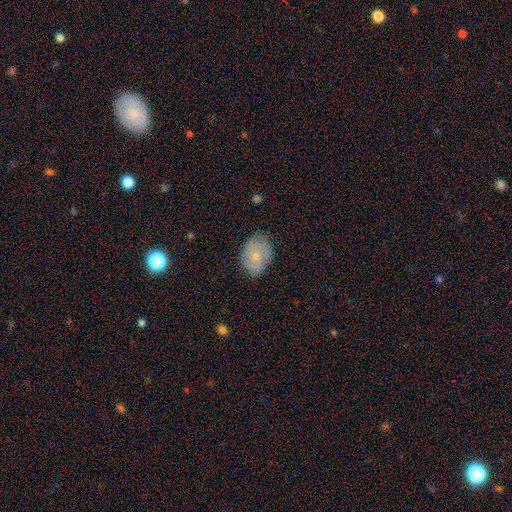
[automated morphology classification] This is possibly a smooth galaxy (51%). How rounded: likely in between (74%). Merging: likely none (74%).